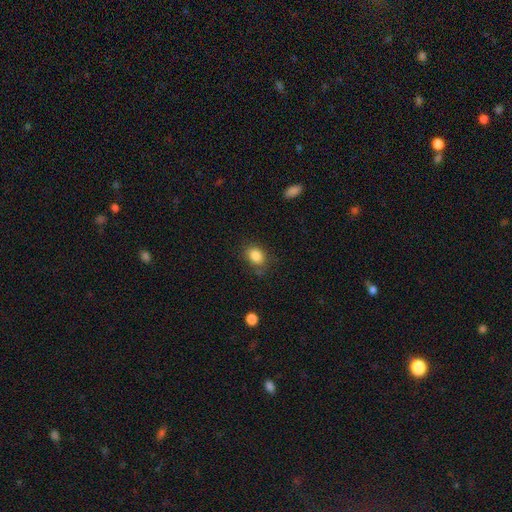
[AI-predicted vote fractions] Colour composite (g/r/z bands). It shows a smooth galaxy with no disk features (85%) that is in between round and cigar-shaped (58%). Merging: none (76%).